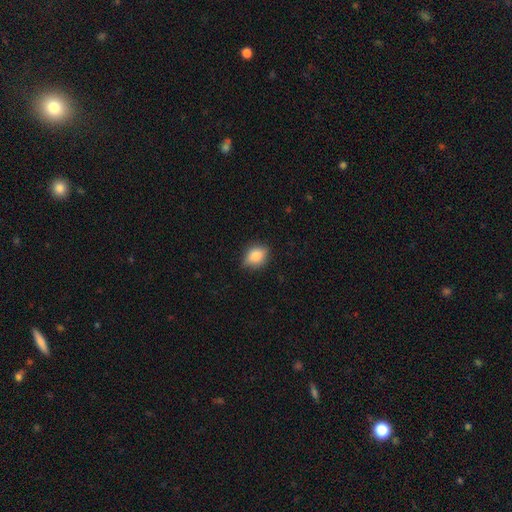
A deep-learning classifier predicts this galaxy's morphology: smooth 83%, featured or disk 9%, star or artifact 8%. Down the decision tree: how rounded — in between (70%); merging — none (78%).